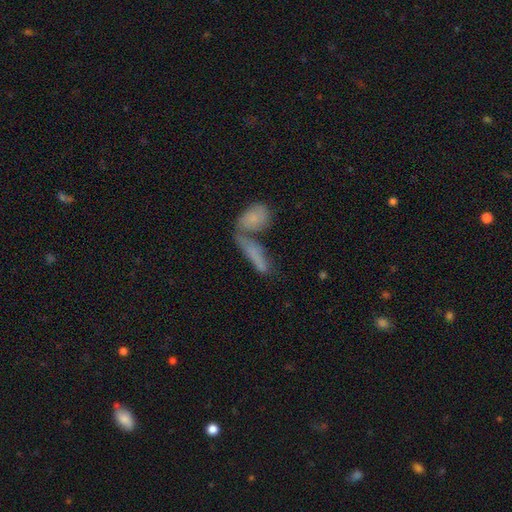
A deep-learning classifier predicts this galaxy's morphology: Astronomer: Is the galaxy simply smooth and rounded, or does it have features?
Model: smooth — 65%.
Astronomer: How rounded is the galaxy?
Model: cigar-shaped — 56% (runner-up: in between, 39%).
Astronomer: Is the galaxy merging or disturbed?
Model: merger — 52% (runner-up: none, 28%).